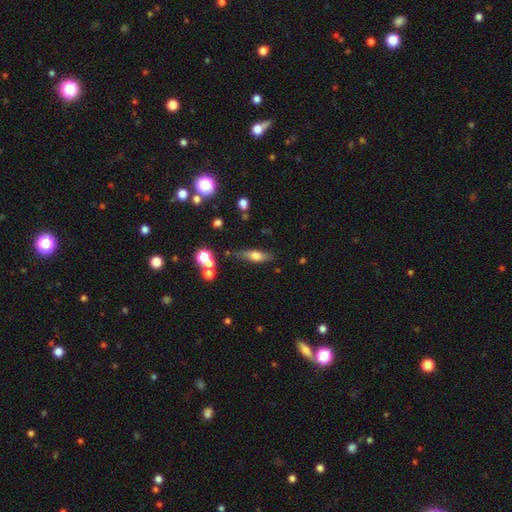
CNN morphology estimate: This is possibly a smooth galaxy (53%). How rounded: possibly cigar-shaped (49%). Merging: likely none (74%).